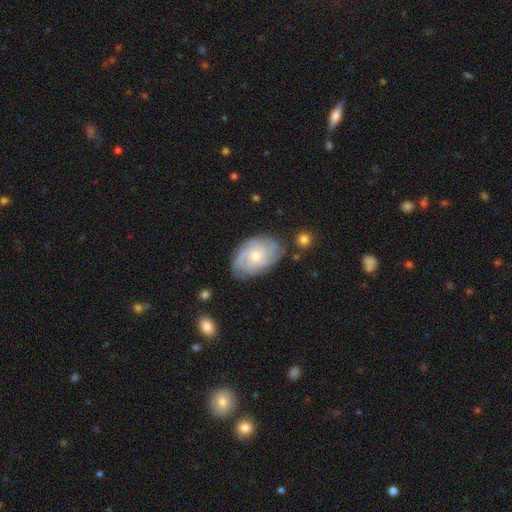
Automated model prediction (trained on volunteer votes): This appears to be a featured or disk galaxy (74%) with no bar (76%), tight (59%) spiral arms (93%) and a small central bulge (50%). Merging: none (77%).